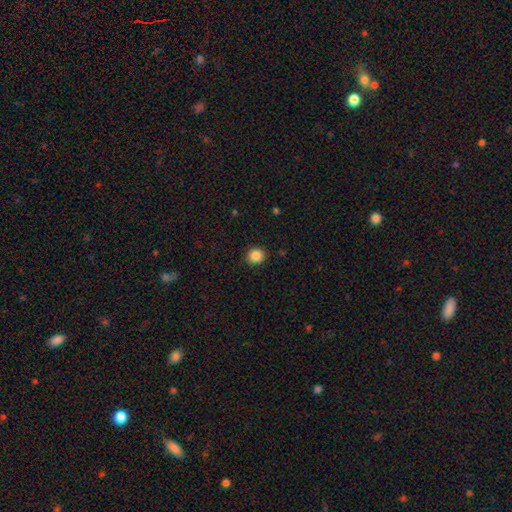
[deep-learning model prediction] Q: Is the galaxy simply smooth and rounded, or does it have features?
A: smooth — 87%.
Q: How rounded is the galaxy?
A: round — 82%.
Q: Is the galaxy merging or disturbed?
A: none — 91%.